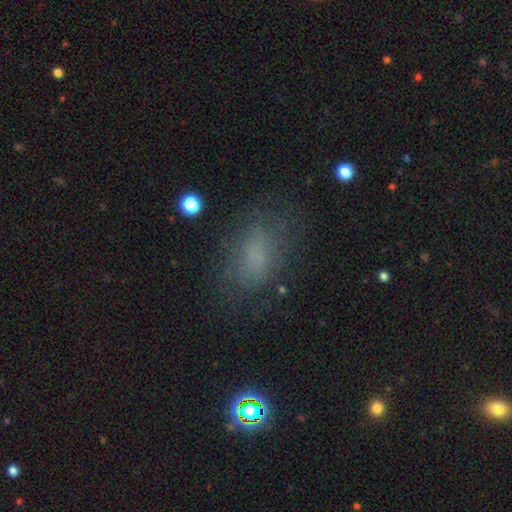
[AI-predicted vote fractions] This appears to be a smooth galaxy with no disk features (66%) that is in between round and cigar-shaped (84%). Merging: none (69%).